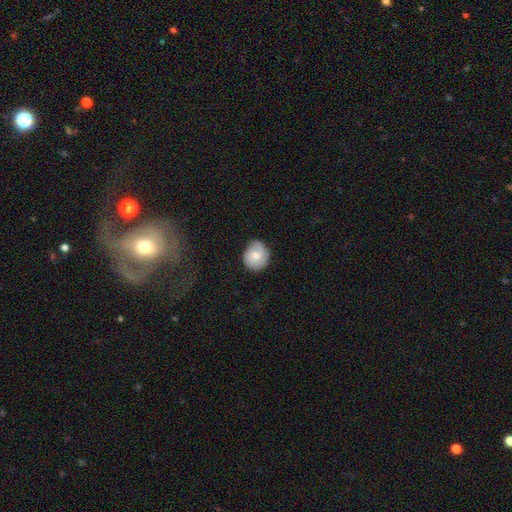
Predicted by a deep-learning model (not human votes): smooth 63%, featured or disk 30%, star or artifact 7%. Down the decision tree: how rounded — round (81%); merging — none (73%).